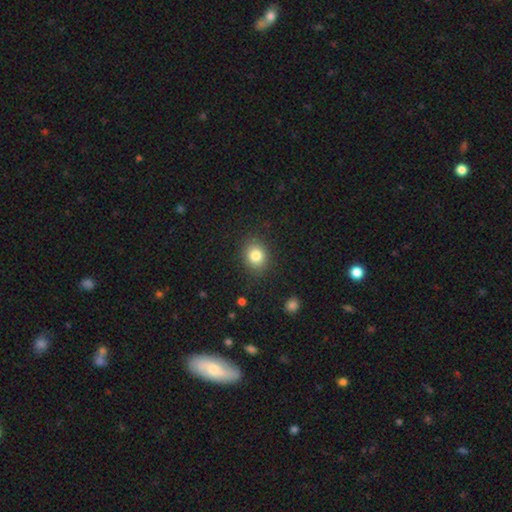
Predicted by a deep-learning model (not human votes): Overall: smooth (82%). How rounded: round (62%; in between 37%). Merging: none (87%).